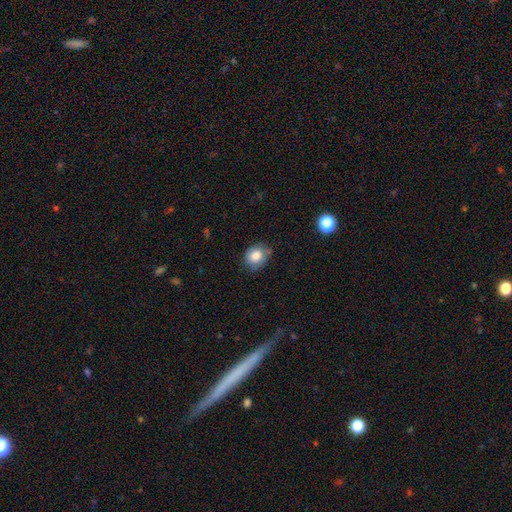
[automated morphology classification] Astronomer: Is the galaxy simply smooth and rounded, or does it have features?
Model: smooth — 82%.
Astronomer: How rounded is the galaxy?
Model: round — 60% (runner-up: in between, 39%).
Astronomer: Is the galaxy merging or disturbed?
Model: none — 70%.